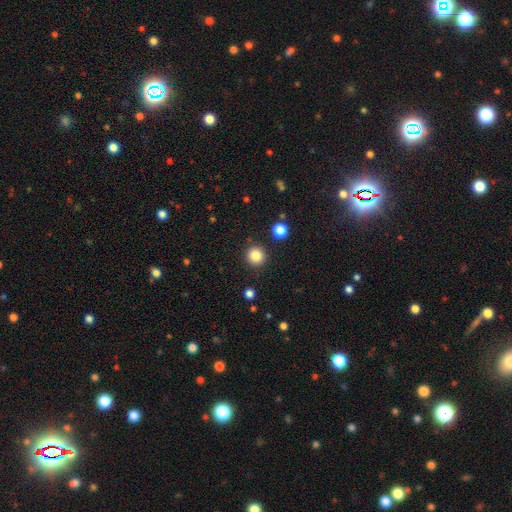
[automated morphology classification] type=smooth (84%); roundness=round (95%); merging=none (91%).